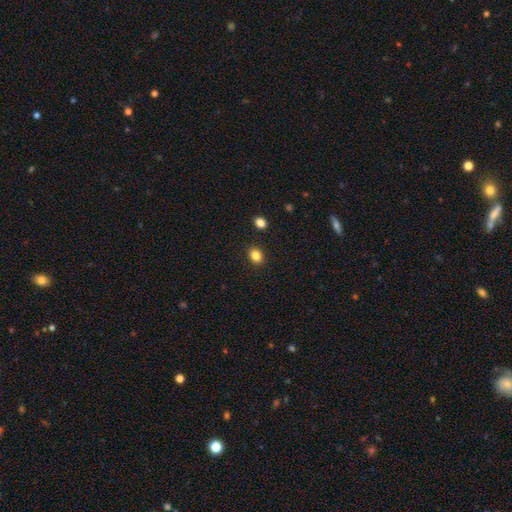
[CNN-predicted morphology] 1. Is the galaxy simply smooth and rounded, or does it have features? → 85% smooth, 11% star or artifact, 4% featured or disk.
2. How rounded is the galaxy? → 60% in between, 39% round, 1% cigar-shaped.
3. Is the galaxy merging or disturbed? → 88% none, 7% minor disturbance, 2% merger, 2% major disturbance.